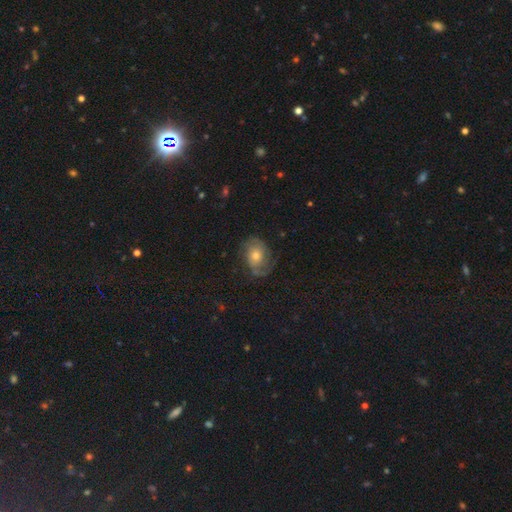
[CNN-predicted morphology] Smooth or featured? Predicted: featured or disk (p=0.62). Edge-on disk? Predicted: no (p=0.97). Bar? Predicted: no (p=0.73). Spiral arms? Predicted: yes (p=0.88). Spiral winding? Predicted: medium (p=0.43). Spiral arm count? Predicted: 2 (p=0.68). Bulge size? Predicted: moderate (p=0.63). Merging? Predicted: none (p=0.68).